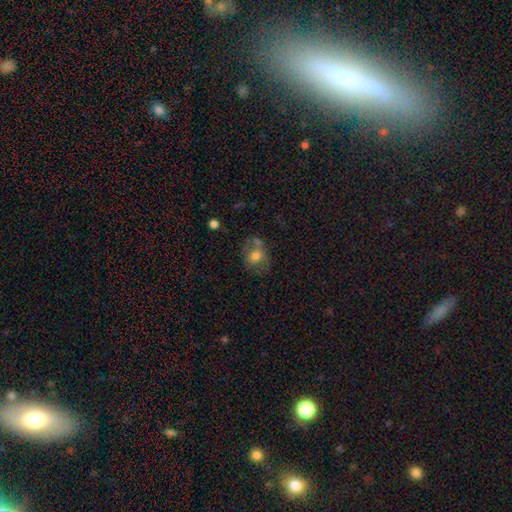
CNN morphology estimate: This appears to be a smooth galaxy with no disk features (66%) that is round (55%). Merging: none (52%).